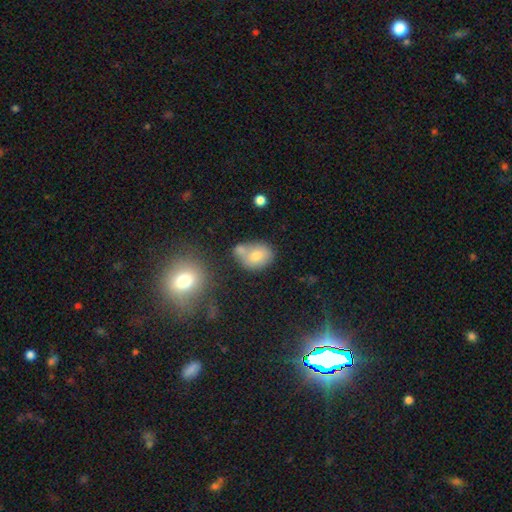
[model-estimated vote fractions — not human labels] The model was most divided on "merging": none: 41%, merger: 37%, minor disturbance: 15%, major disturbance: 6%. More confident: smooth or featured — smooth (73%); how rounded — in between (57%).